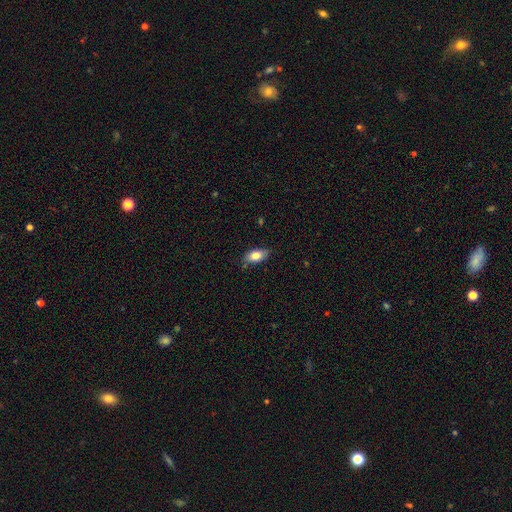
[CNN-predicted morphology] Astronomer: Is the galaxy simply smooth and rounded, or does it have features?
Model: smooth — 81%.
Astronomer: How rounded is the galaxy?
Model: in between — 89%.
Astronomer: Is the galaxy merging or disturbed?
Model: none — 79%.